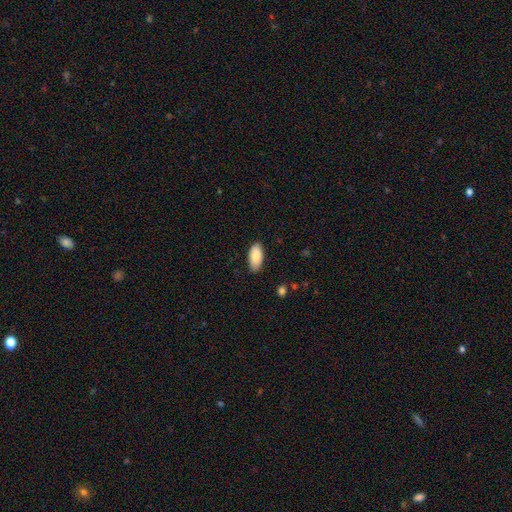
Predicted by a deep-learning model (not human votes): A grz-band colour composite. It shows a smooth galaxy with no disk features (86%) that is in between round and cigar-shaped (93%). Merging: none (84%).